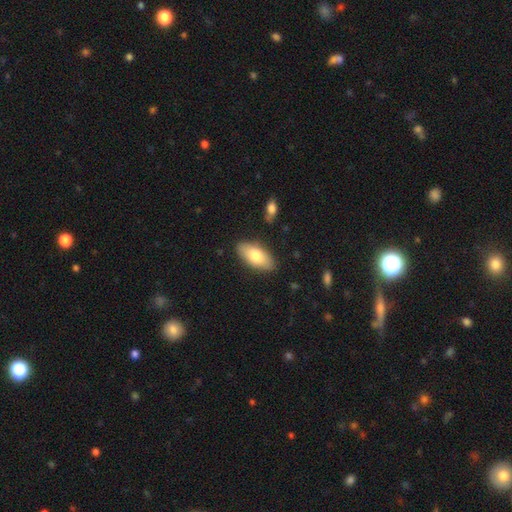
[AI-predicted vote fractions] smooth-or-featured: smooth: 76% | featured or disk: 18% | star or artifact: 6%
  how-rounded: in between: 89% | cigar-shaped: 8% | round: 2%
  merging: none: 85% | minor disturbance: 11% | major disturbance: 2% | merger: 2%